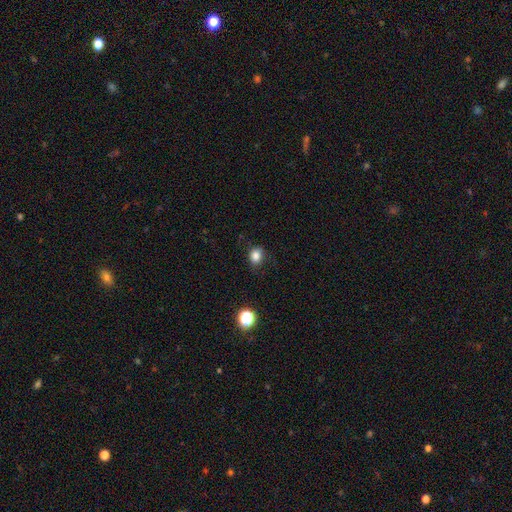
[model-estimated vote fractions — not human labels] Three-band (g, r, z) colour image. It shows a smooth galaxy with no disk features (83%) that is round (53%). Merging: none (79%).